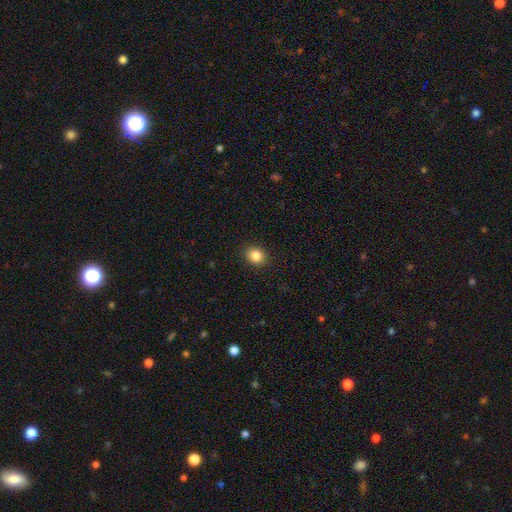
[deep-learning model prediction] A smooth galaxy with no disk features (85%) that is round (71%). Merging: none (91%).